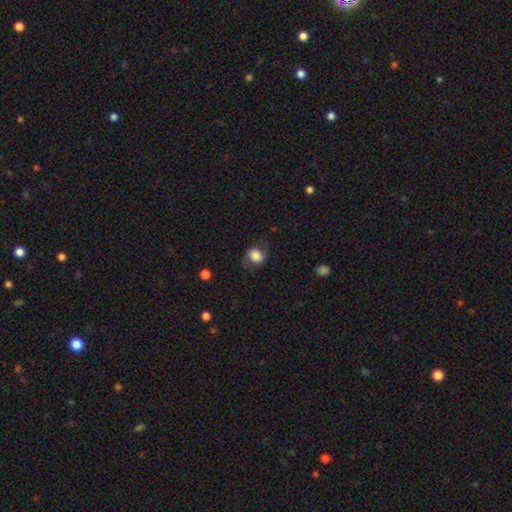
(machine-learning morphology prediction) smooth-or-featured: smooth: 76% | featured or disk: 15% | star or artifact: 9%
  how-rounded: round: 65% | in between: 34% | cigar-shaped: 1%
  merging: none: 65% | minor disturbance: 22% | major disturbance: 12% | merger: 1%